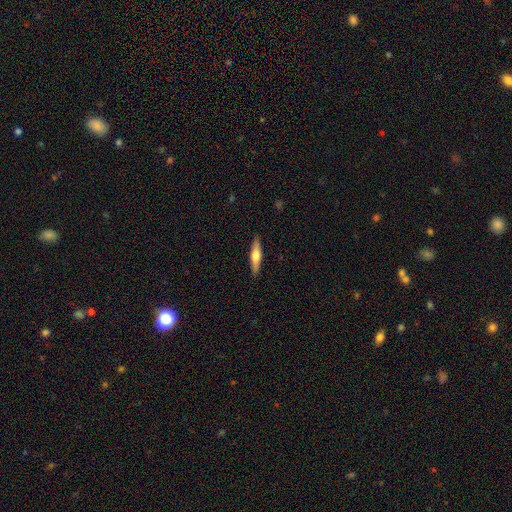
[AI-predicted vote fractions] This appears to be a smooth galaxy with no disk features (48%). Merging: none (90%).